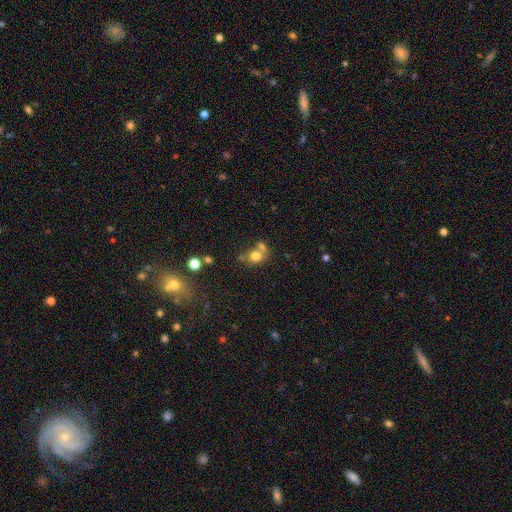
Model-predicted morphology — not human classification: A smooth galaxy with no disk features (74%) that is round (58%).

Vote fractions:
- Smooth or featured? smooth: 74% / star or artifact: 13% / featured or disk: 13%
- How rounded? round: 58% / in between: 40% / cigar-shaped: 1%
- Merging? merger: 43% / none: 40% / minor disturbance: 11% / major disturbance: 5%